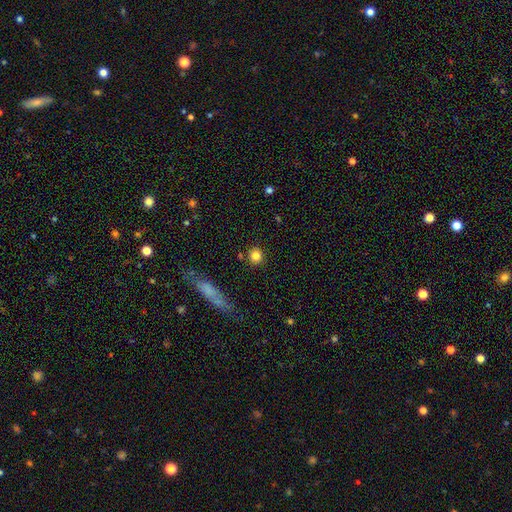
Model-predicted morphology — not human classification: smooth-or-featured: smooth: 83% | star or artifact: 10% | featured or disk: 7%
  how-rounded: round: 92% | in between: 7% | cigar-shaped: 2%
  merging: none: 87% | minor disturbance: 7% | merger: 3% | major disturbance: 2%